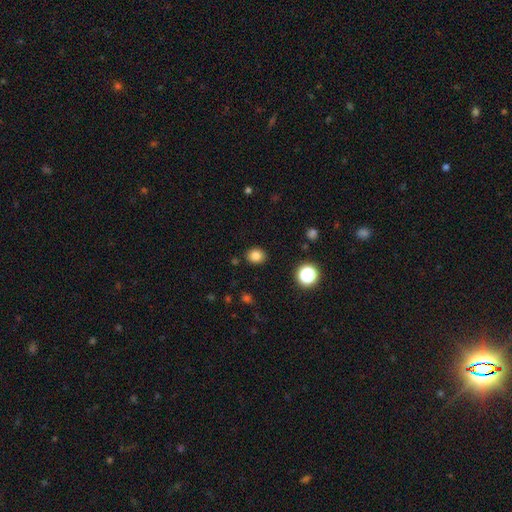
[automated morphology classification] Smooth or featured? Predicted: smooth (p=0.82). How rounded? Predicted: round (p=0.68). Merging? Predicted: none (p=0.88).